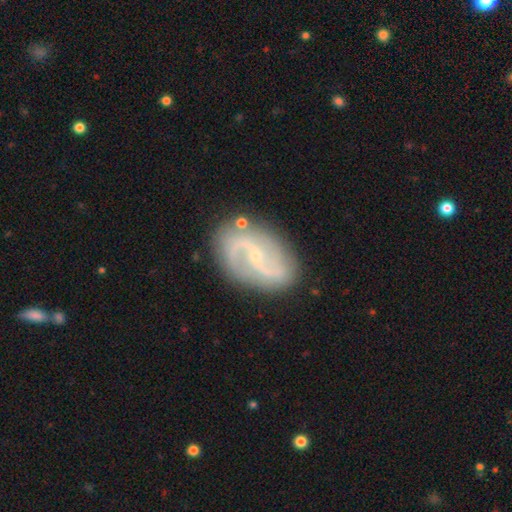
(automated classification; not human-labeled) Morphology: type=featured or disk (88%); edge-on=no (97%); bar=no (43%); spiral arms=yes (96%); winding=loose (43%, tied with medium); arm count=2 (90%); bulge=small (83%); merging=none (80%).